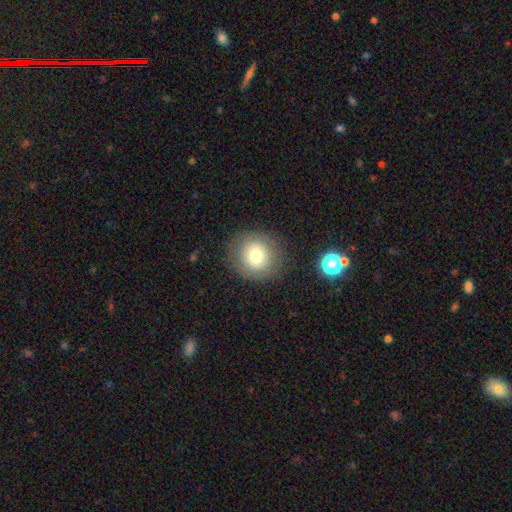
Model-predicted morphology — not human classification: Q: Smooth or featured?
A: smooth (72%); runner-up: featured or disk (17%)
Q: How rounded?
A: round (89%); runner-up: in between (10%)
Q: Merging?
A: none (85%); runner-up: minor disturbance (9%)